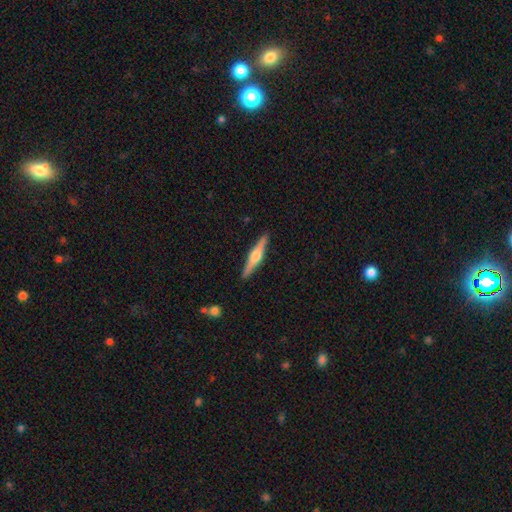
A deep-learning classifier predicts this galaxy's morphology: A featured or disk galaxy (72%) viewed edge-on (98%) with a rounded central bulge (90%).

Vote fractions:
- Smooth or featured? featured or disk: 72% / smooth: 23% / star or artifact: 5%
- Edge-on disk? yes: 98% / no: 2%
- Edge-on bulge? rounded: 90% / boxy: 8% / none: 3%
- Merging? none: 91% / minor disturbance: 6% / major disturbance: 1% / merger: 1%